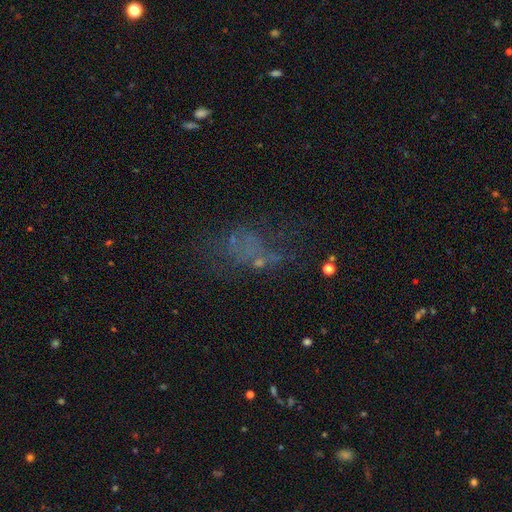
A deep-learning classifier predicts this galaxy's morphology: Smooth or featured? Predicted: smooth (p=0.34). Merging? Predicted: none (p=0.43).